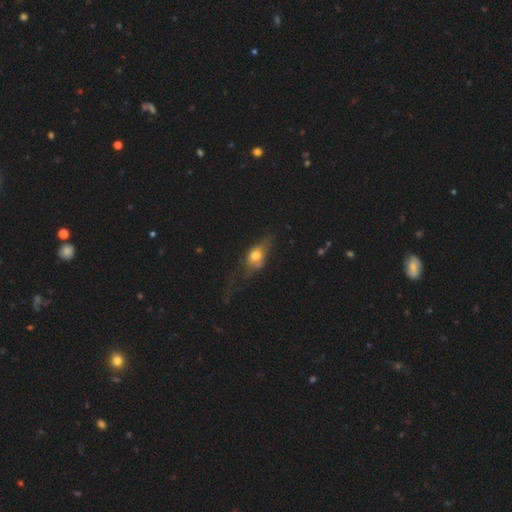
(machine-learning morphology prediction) This is likely a smooth galaxy (66%). How rounded: likely in between (71%). Merging: marginally major disturbance (40%).